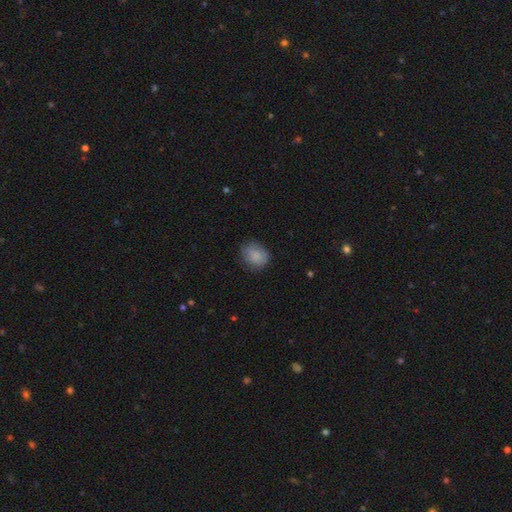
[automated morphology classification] The model was most divided on "how rounded": round: 60%, in between: 39%, cigar-shaped: 1%. More confident: smooth or featured — smooth (83%); merging — none (73%).